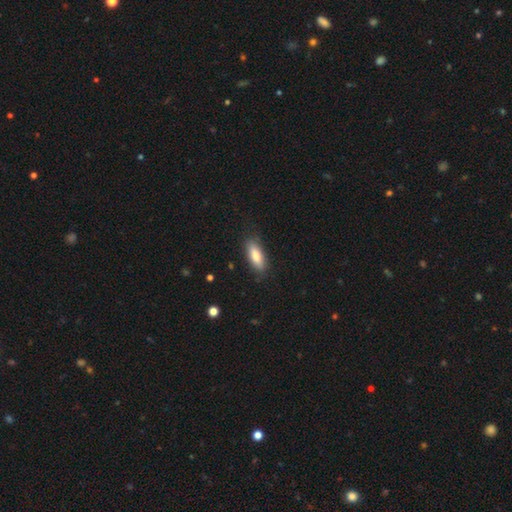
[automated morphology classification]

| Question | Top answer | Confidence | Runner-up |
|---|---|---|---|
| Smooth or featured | smooth | 80% | featured or disk (14%) |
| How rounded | in between | 67% | cigar-shaped (31%) |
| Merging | none | 82% | minor disturbance (14%) |